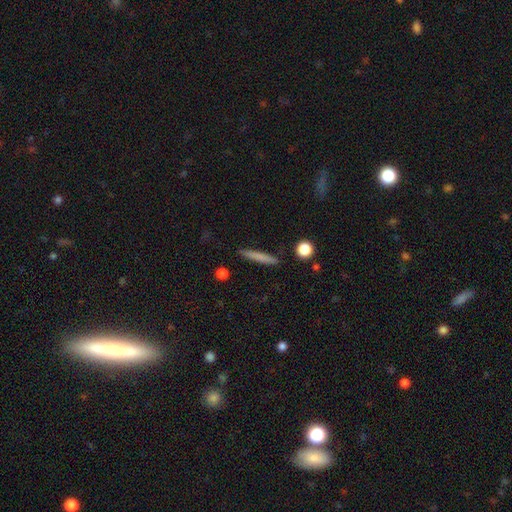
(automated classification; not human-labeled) This appears to be a smooth galaxy with no disk features (72%) that is cigar-shaped (94%). Merging: none (91%).